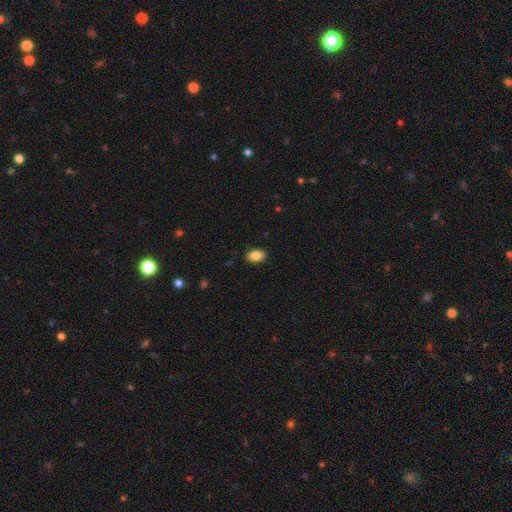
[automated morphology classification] type=smooth (85%); roundness=in between (88%); merging=none (88%).